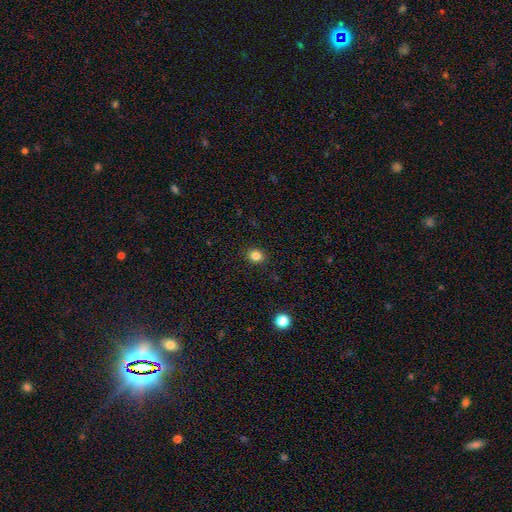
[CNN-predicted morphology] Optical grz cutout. It shows a smooth galaxy with no disk features (84%) that is round (68%). Merging: none (90%).